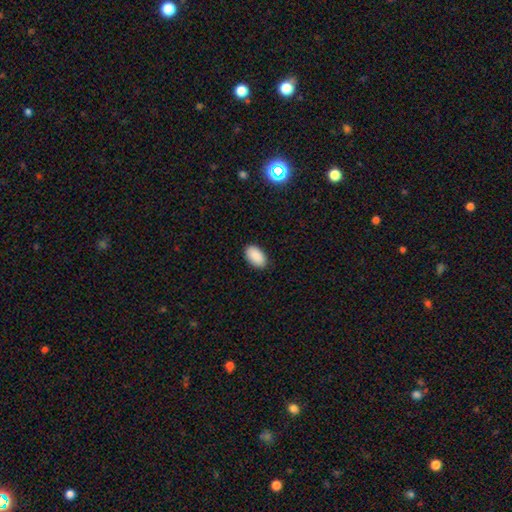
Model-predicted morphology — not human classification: This is clearly a smooth galaxy (91%). How rounded: clearly in between (95%). Merging: clearly none (87%).